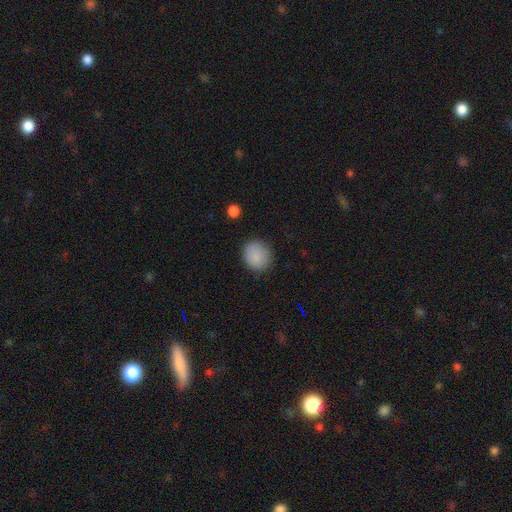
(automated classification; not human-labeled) This appears to be a smooth galaxy with no disk features (86%) that is round (81%). Merging: none (85%).